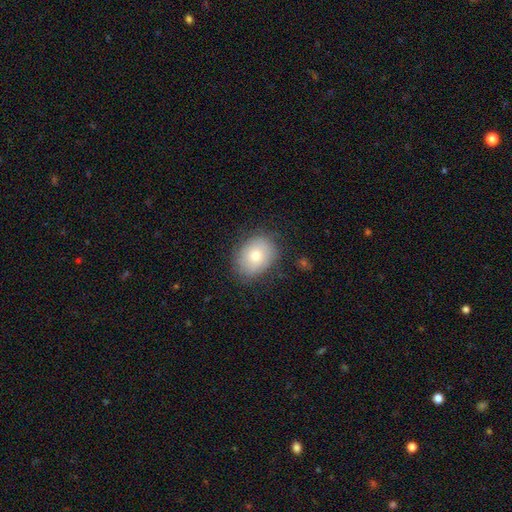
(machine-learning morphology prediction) smooth-or-featured: smooth: 72% | featured or disk: 20% | star or artifact: 8%
  how-rounded: in between: 56% | round: 43% | cigar-shaped: 1%
  merging: none: 77% | minor disturbance: 17% | major disturbance: 5% | merger: 1%